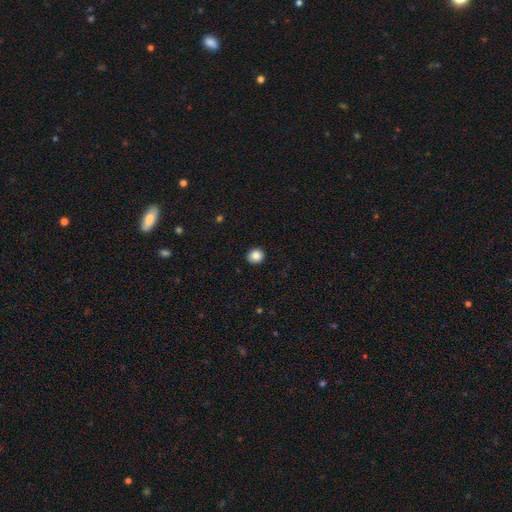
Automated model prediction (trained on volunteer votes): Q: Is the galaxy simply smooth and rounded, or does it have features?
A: smooth — 86%.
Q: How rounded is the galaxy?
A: round — 80%.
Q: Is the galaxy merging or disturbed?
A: none — 91%.